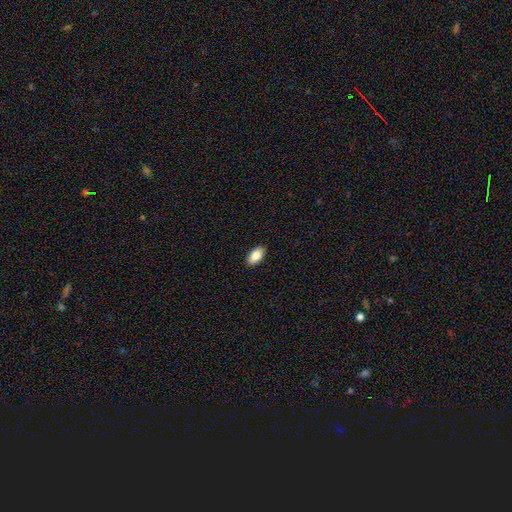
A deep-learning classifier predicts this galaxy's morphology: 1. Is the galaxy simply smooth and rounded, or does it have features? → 87% smooth, 7% star or artifact, 7% featured or disk.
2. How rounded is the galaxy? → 94% in between, 3% round, 3% cigar-shaped.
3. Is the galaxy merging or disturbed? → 90% none, 7% minor disturbance, 2% major disturbance, 1% merger.